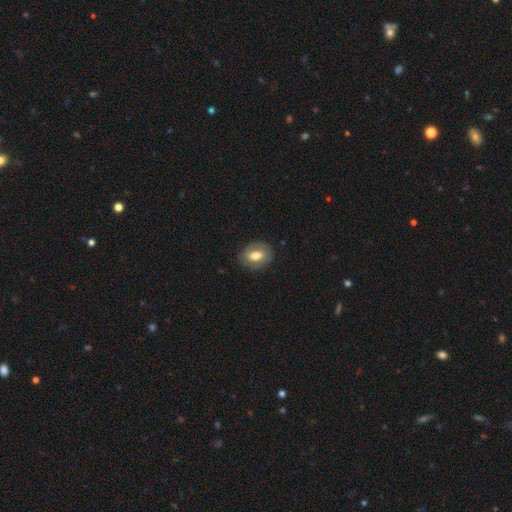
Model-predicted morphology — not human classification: type=smooth (68%); roundness=in between (64%); merging=none (82%).